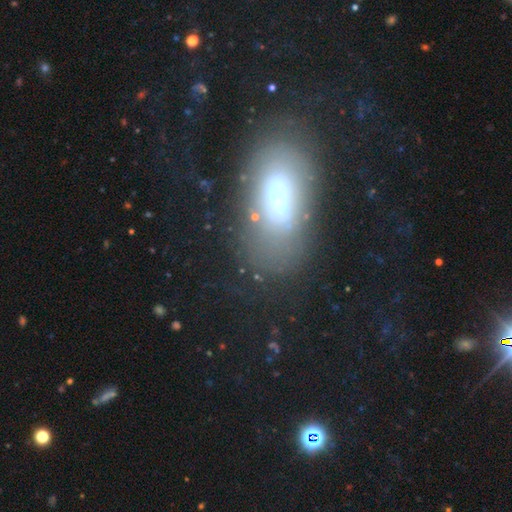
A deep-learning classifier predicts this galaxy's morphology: This appears to be a smooth galaxy with no disk features (46%). Merging: none (65%).